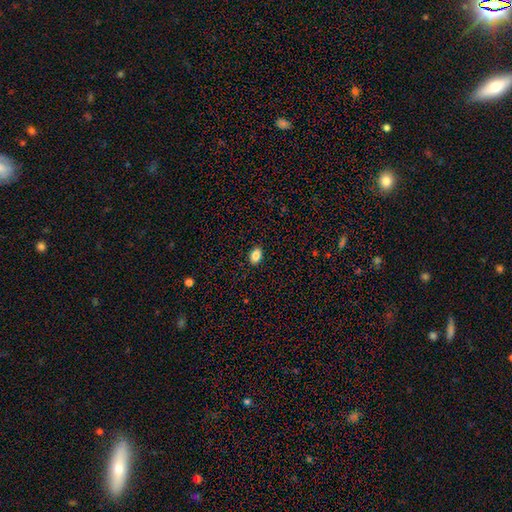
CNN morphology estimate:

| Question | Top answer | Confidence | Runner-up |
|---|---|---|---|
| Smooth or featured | smooth | 86% | star or artifact (9%) |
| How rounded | in between | 83% | round (15%) |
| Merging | none | 89% | minor disturbance (8%) |